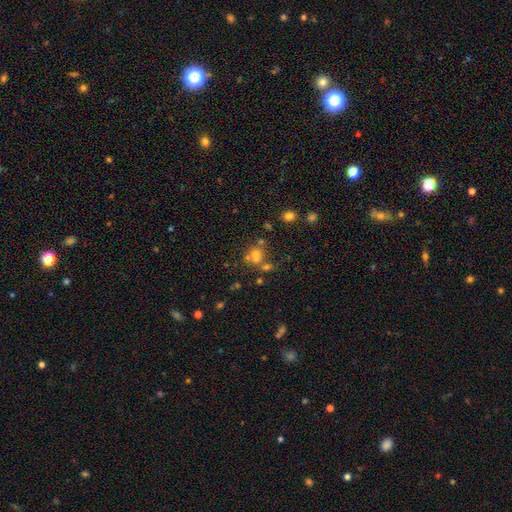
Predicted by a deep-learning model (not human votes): smooth_or_featured: smooth (p=0.57) [alt: star or artifact p=0.24]
how_rounded: round (p=0.64) [alt: in between p=0.35]
merging: merger (p=0.42) [alt: none p=0.40]